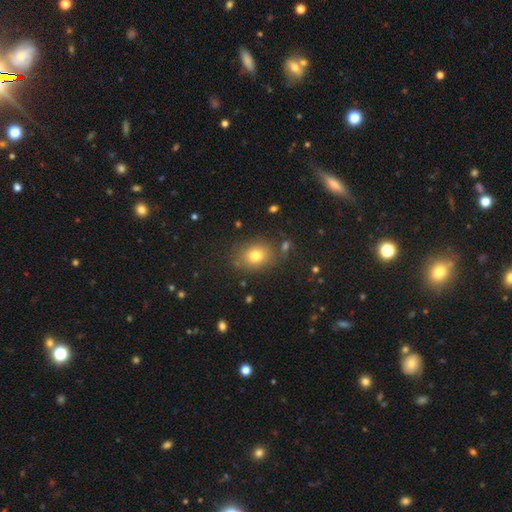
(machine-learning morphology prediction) The model was most divided on "how rounded": round: 53%, in between: 46%, cigar-shaped: 1%. More confident: merging — none (79%); smooth or featured — smooth (77%).